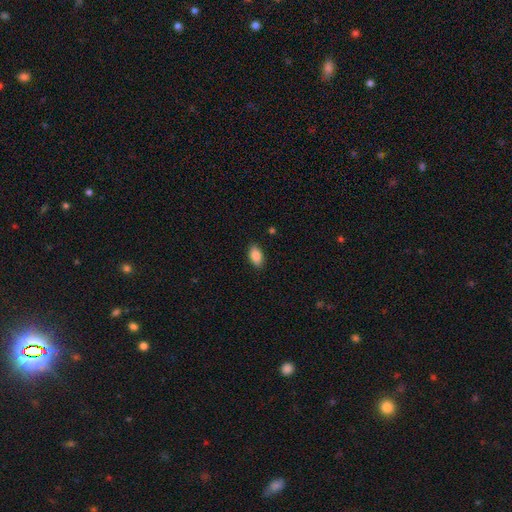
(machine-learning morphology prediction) Smooth or featured? Predicted: smooth (p=0.87). How rounded? Predicted: in between (p=0.92). Merging? Predicted: none (p=0.87).